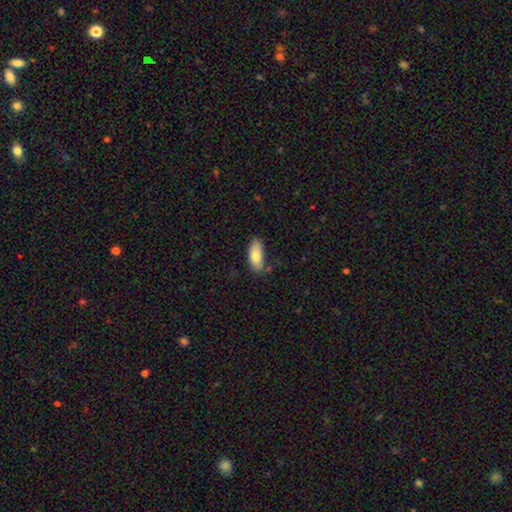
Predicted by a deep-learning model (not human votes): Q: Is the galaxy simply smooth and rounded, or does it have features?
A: smooth — 79%.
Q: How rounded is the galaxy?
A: in between — 87%.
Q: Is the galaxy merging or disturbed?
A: none — 72%.